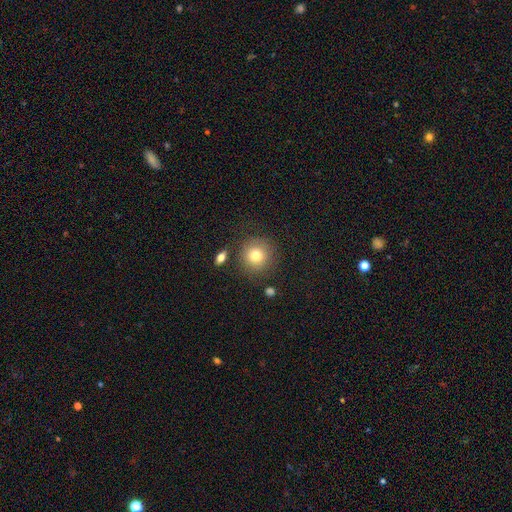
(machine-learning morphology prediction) This is likely a smooth galaxy (78%). How rounded: clearly round (92%). Merging: clearly none (81%).